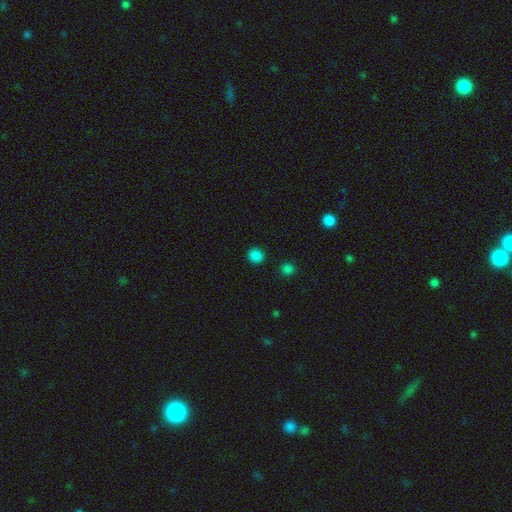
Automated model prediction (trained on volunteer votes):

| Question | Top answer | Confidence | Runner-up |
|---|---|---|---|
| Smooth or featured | smooth | 84% | star or artifact (14%) |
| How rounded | round | 90% | in between (9%) |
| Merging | none | 91% | minor disturbance (5%) |